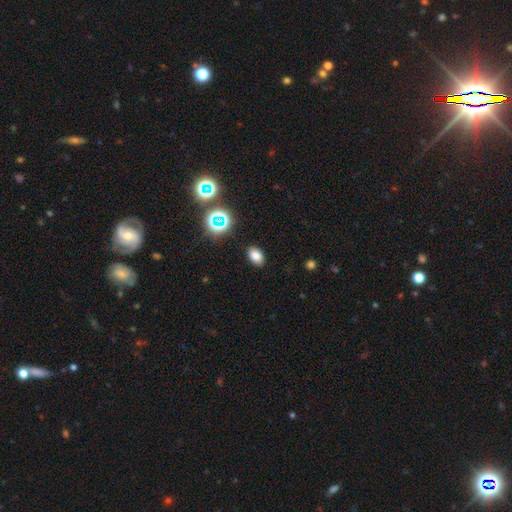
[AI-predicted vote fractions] smooth-or-featured: smooth: 77% | star or artifact: 15% | featured or disk: 8%
  how-rounded: in between: 85% | round: 14% | cigar-shaped: 1%
  merging: none: 88% | minor disturbance: 8% | major disturbance: 2% | merger: 1%